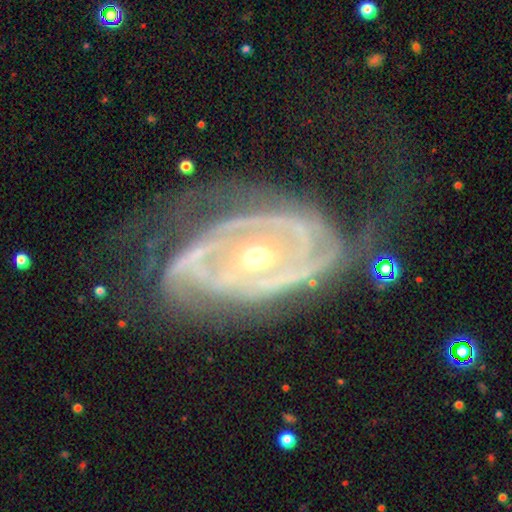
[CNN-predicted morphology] This appears to be a featured or disk galaxy (89%) with no bar (50%), 2 (44%) tight (66%) spiral arms (92%) and a moderate central bulge (51%). Merging: none (52%).